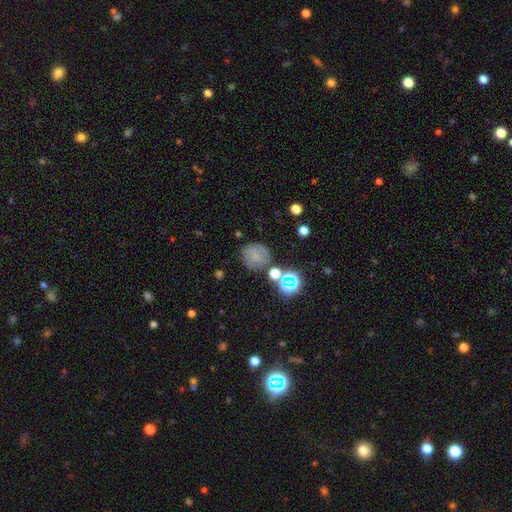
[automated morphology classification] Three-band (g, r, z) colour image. It shows a smooth galaxy with no disk features (54%) that is round (84%). Merging: none (72%).